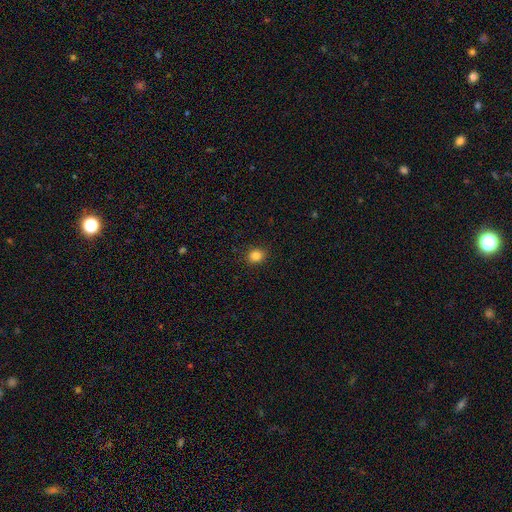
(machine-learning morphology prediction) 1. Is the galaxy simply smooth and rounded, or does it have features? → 85% smooth, 12% star or artifact, 4% featured or disk.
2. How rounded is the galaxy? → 75% round, 24% in between, 1% cigar-shaped.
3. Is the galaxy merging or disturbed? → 90% none, 7% minor disturbance, 2% major disturbance, 1% merger.